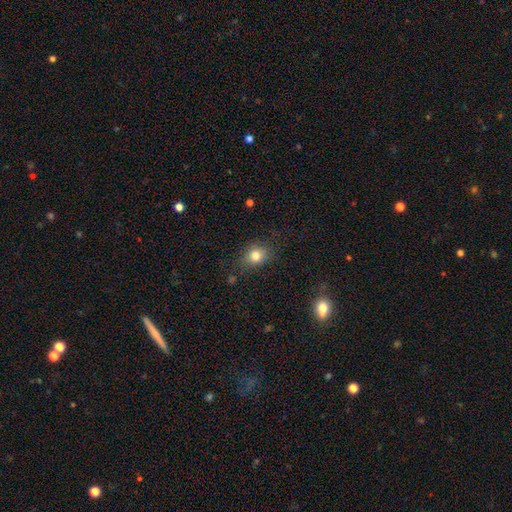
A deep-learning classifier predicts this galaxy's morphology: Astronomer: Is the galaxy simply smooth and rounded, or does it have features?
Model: smooth — 80%.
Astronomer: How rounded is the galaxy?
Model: round — 59% (runner-up: in between, 40%).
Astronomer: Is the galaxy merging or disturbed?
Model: none — 76%.